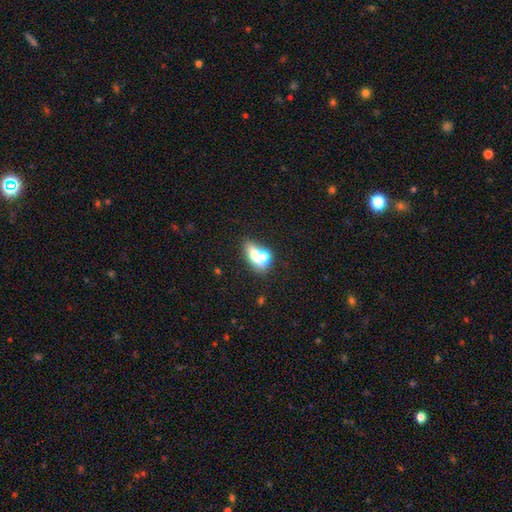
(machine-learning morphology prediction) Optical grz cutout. It shows a smooth galaxy with no disk features (64%) that is in between round and cigar-shaped (69%). Merging: merger (61%).